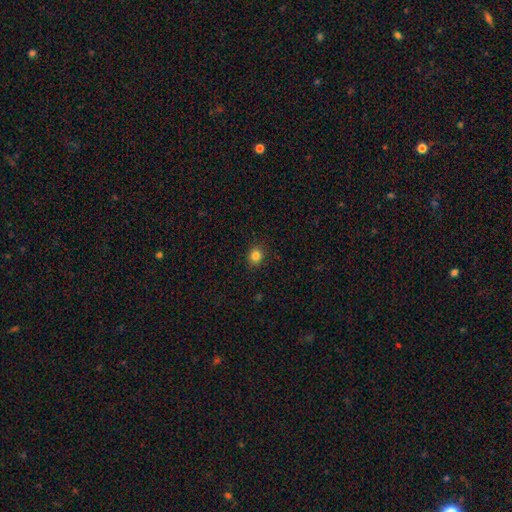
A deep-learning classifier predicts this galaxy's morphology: smooth_or_featured: smooth (p=0.84) [alt: star or artifact p=0.12]
how_rounded: round (p=0.77) [alt: in between p=0.22]
merging: none (p=0.90) [alt: minor disturbance p=0.07]